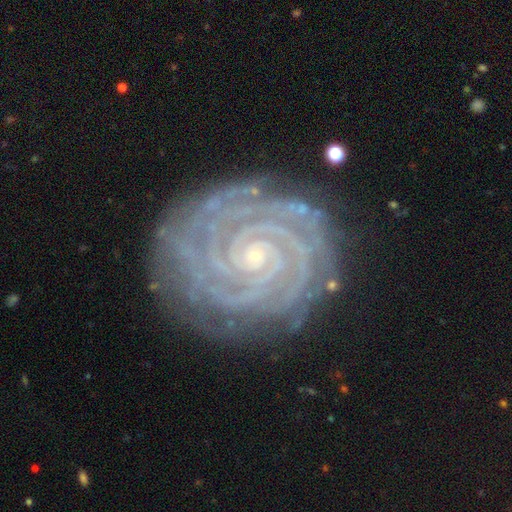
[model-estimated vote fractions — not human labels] Smooth or featured: featured or disk — 93% (star or artifact — 5%)
Edge-on disk: no — 98% (yes — 2%)
Bar: no — 67% (weak — 20%)
Spiral arms: yes — 99% (no — 1%)
Spiral winding: tight — 91% (medium — 8%)
Spiral arm count: 2 — 33% (3 — 19%)
Bulge size: small — 83% (moderate — 14%)
Merging: none — 83% (minor disturbance — 12%)